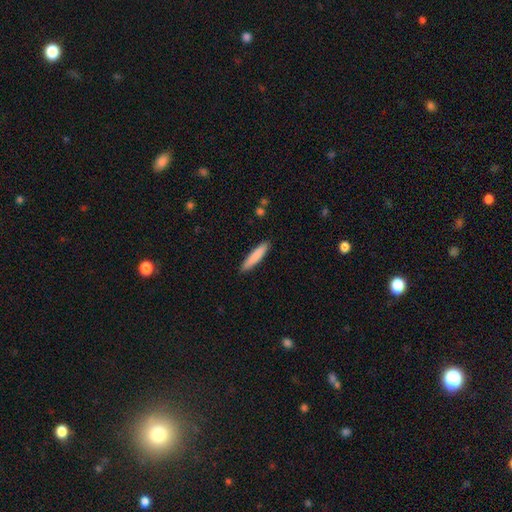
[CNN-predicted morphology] type=smooth (83%); roundness=cigar-shaped (88%); merging=none (89%).